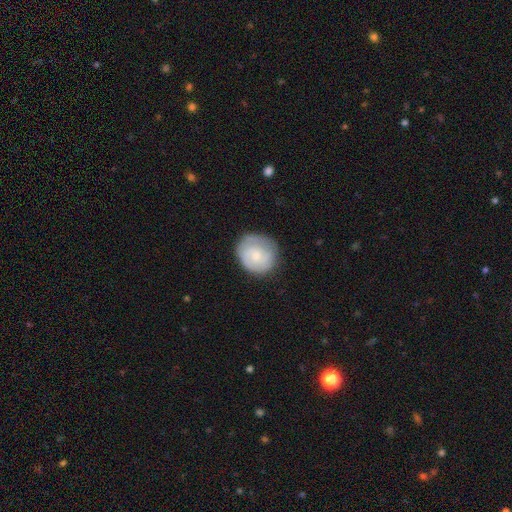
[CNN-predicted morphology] This is possibly a smooth galaxy (53%). How rounded: clearly round (81%). Merging: likely none (71%).